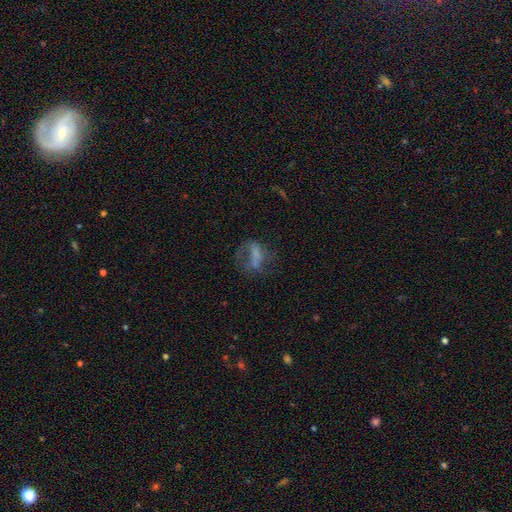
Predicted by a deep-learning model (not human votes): Overall: featured or disk (45%; smooth 39%). Merging: major disturbance (41%; none 33%).